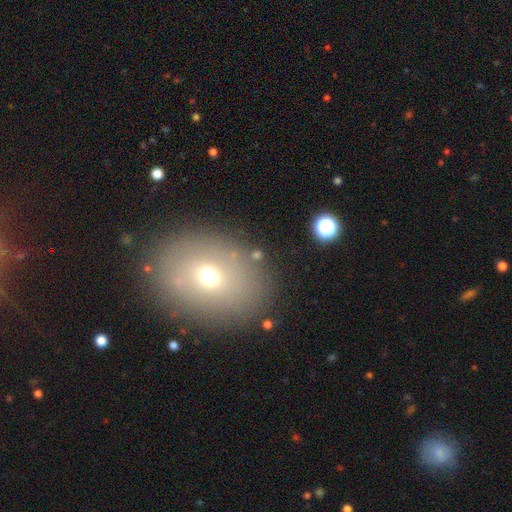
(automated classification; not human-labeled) Smooth or featured? smooth (61%)
How rounded? round (50%)
Merging? none (76%)